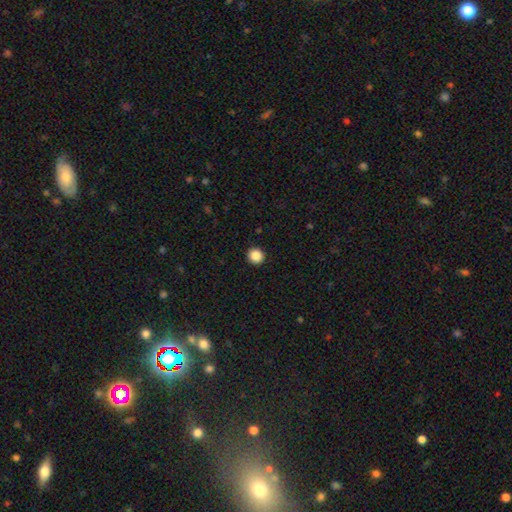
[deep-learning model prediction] A smooth galaxy with no disk features (87%) that is round (93%).

Vote fractions:
- Smooth or featured? smooth: 87% / star or artifact: 10% / featured or disk: 3%
- How rounded? round: 93% / in between: 6% / cigar-shaped: 1%
- Merging? none: 93% / minor disturbance: 4% / major disturbance: 2% / merger: 1%